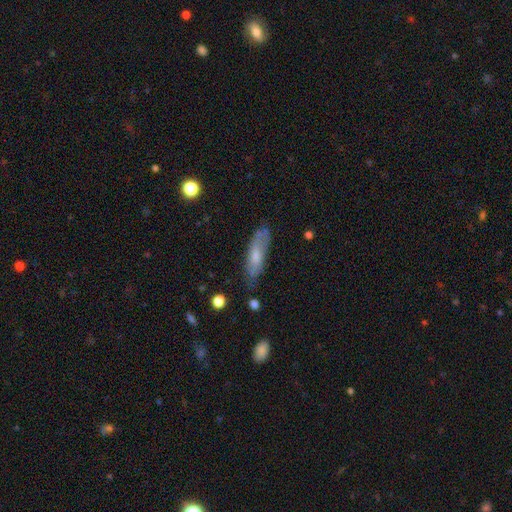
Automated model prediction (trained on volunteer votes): Smooth or featured?
  - smooth: 53% *
  - featured or disk: 38%
  - star or artifact: 8%
How rounded?
  - cigar-shaped: 56% *
  - in between: 42%
  - round: 2%
Merging?
  - none: 70% *
  - minor disturbance: 22%
  - major disturbance: 6%
  - merger: 2%